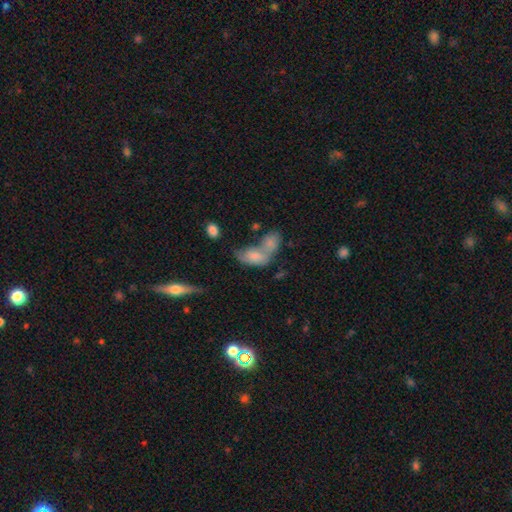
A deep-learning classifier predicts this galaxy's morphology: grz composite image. It shows a smooth galaxy with no disk features (69%) that is in between round and cigar-shaped (89%). Merging: merger (64%).